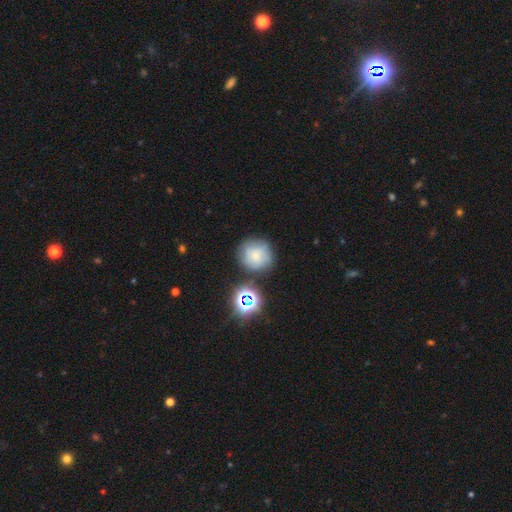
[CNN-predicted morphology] Smooth or featured: smooth — 63% (featured or disk — 21%)
How rounded: round — 91% (in between — 8%)
Merging: none — 73% (minor disturbance — 14%)